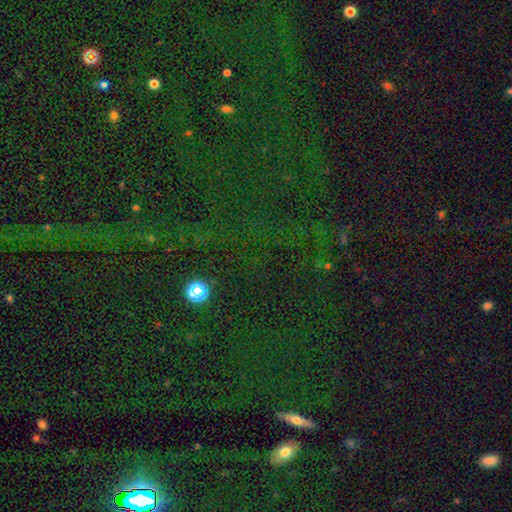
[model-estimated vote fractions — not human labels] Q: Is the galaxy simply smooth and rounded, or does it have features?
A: star or artifact — 76%.